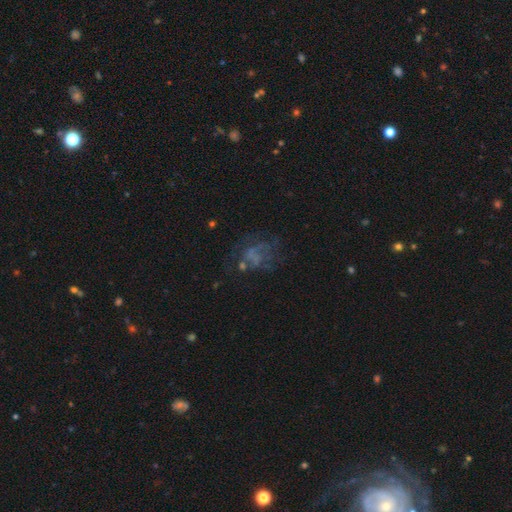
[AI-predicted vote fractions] A featured or disk galaxy (38%). Merging: none (50%).